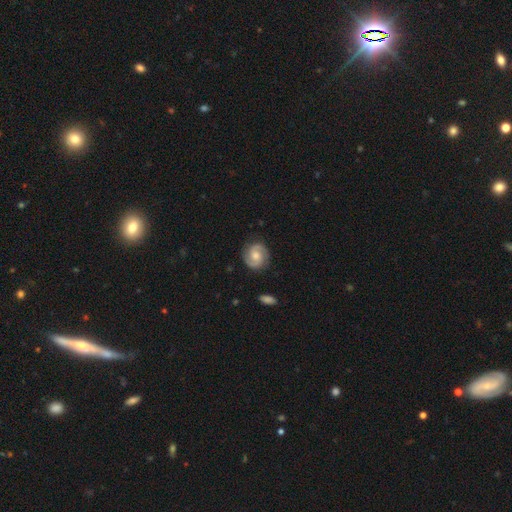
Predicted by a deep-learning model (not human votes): smooth-or-featured: featured or disk: 84% | smooth: 11% | star or artifact: 5%
  disk-edge-on: no: 98% | yes: 2%
    bar: no: 55% | weak: 37% | strong: 8%
    has-spiral-arms: yes: 97% | no: 3%
      spiral-winding: medium: 49% | tight: 39% | loose: 13%
      spiral-arm-count: 2: 93% | can't tell: 3% | 3: 1% | 1: 1% | 4: 1% | more than 4: 1%
    bulge-size: moderate: 58% | small: 32% | large: 5% | none: 4% | dominant: 1%
  merging: none: 86% | minor disturbance: 10% | major disturbance: 3% | merger: 1%